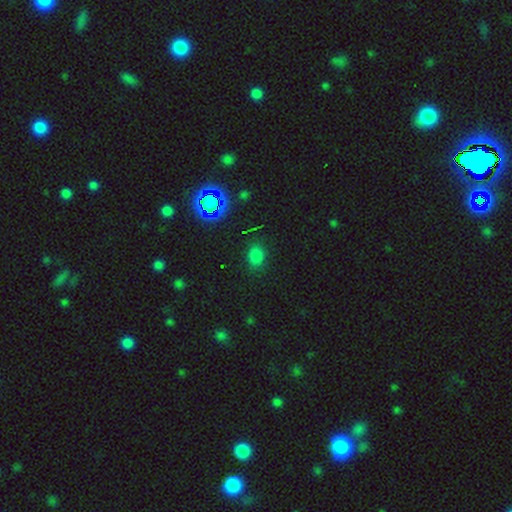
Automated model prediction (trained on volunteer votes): A smooth galaxy with no disk features (67%) that is in between round and cigar-shaped (55%).

Vote fractions:
- Smooth or featured? smooth: 67% / star or artifact: 27% / featured or disk: 6%
- How rounded? in between: 55% / round: 43% / cigar-shaped: 2%
- Merging? none: 83% / minor disturbance: 11% / major disturbance: 3% / merger: 2%